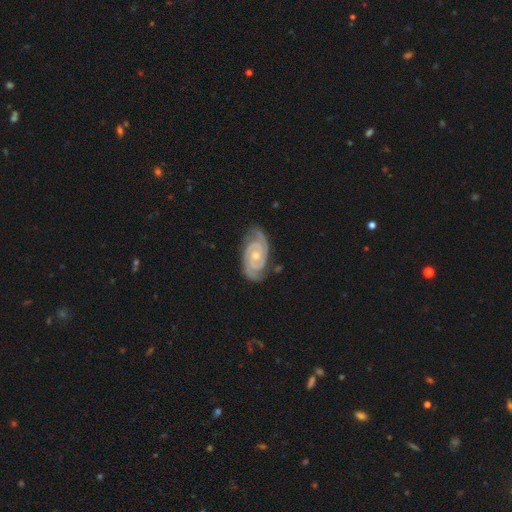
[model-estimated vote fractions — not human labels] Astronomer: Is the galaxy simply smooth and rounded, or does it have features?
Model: featured or disk — 92%.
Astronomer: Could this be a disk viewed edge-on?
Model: no — 97%.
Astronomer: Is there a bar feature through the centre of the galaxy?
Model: no — 67%.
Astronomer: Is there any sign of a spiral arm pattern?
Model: yes — 98%.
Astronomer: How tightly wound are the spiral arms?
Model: tight — 72%.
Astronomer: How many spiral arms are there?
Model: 2 — 82%.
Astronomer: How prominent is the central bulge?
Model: small — 50% (runner-up: moderate, 47%).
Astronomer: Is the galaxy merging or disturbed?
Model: none — 79%.